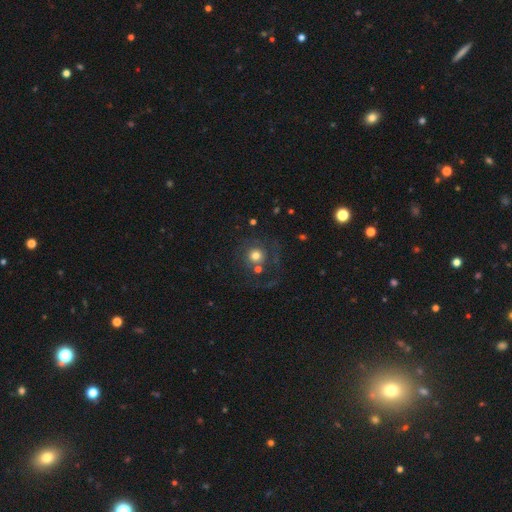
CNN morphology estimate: Overall: smooth (55%; featured or disk 33%). How rounded: round (92%). Merging: none (54%; major disturbance 22%).